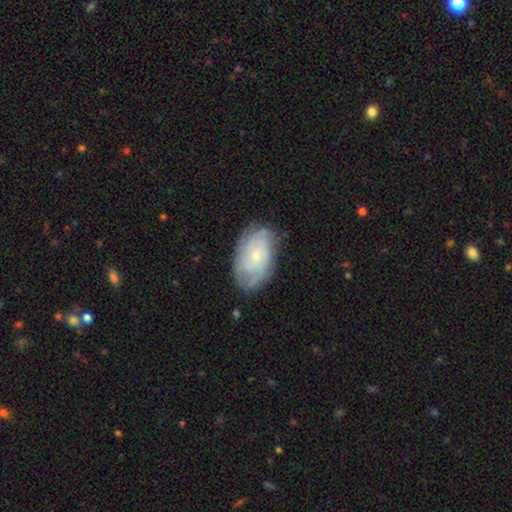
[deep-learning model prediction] Overall: featured or disk (66%; smooth 27%). Edge-on disk: no (95%). Bar: no (80%). Spiral arms: yes (87%). Spiral arm count: can't tell (48%; 2 16%). Spiral winding: tight (59%; medium 30%). Bulge size: small (74%). Merging: none (73%).